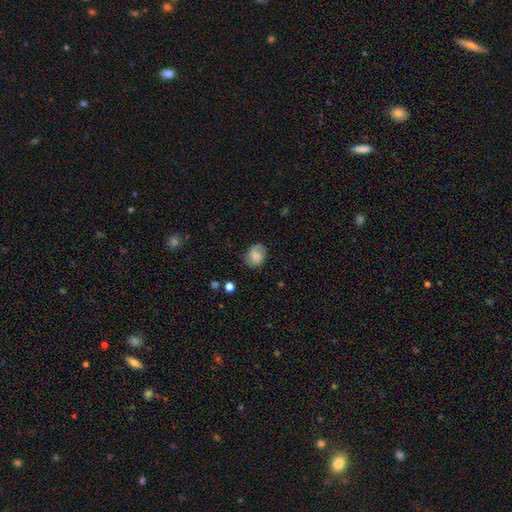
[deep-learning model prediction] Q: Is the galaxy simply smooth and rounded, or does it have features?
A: smooth — 74%.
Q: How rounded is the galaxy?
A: round — 58%.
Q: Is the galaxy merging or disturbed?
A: none — 73%.